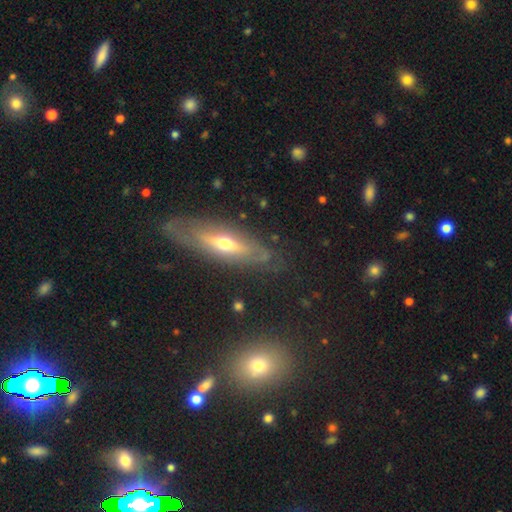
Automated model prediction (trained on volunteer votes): Smooth or featured: featured or disk — 67% (smooth — 23%)
Edge-on disk: yes — 58% (no — 42%)
Merging: none — 80% (minor disturbance — 14%)